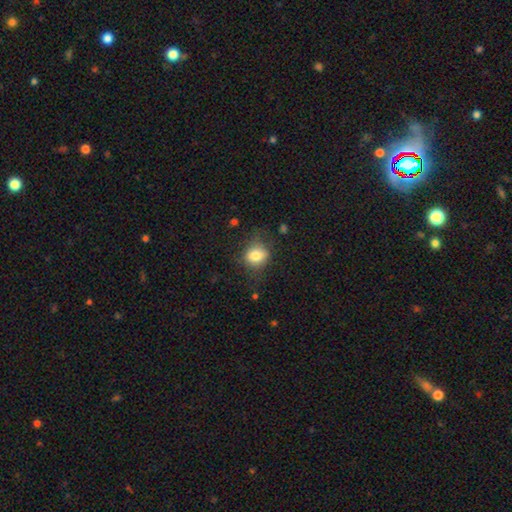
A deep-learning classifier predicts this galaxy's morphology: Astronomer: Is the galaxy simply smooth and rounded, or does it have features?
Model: smooth — 80%.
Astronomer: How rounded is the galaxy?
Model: round — 61% (runner-up: in between, 38%).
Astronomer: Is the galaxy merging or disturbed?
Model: none — 67%.